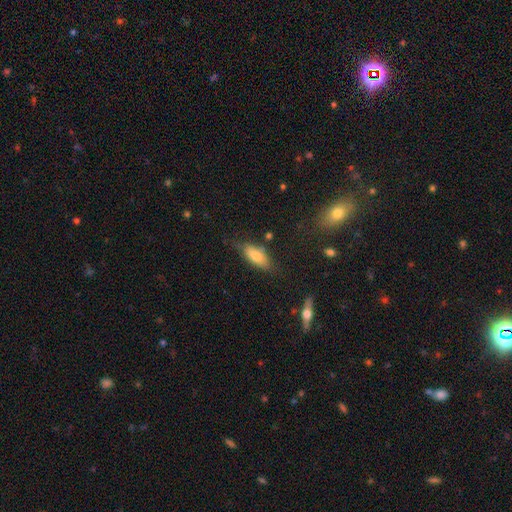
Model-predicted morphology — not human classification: smooth-or-featured: smooth: 74% | featured or disk: 18% | star or artifact: 8%
  how-rounded: in between: 75% | cigar-shaped: 23% | round: 3%
  merging: none: 68% | minor disturbance: 22% | major disturbance: 6% | merger: 4%